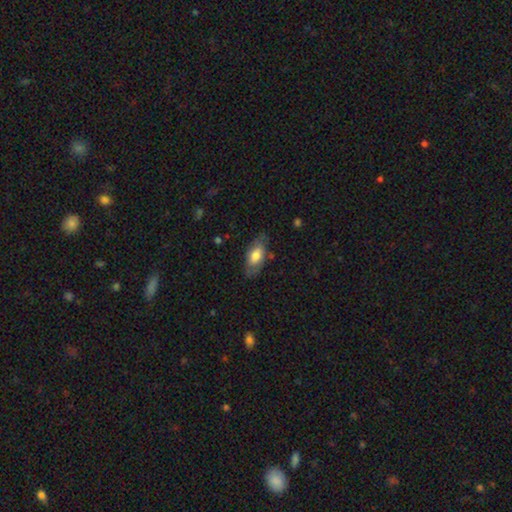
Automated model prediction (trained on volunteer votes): Smooth or featured: smooth — 65% (featured or disk — 29%)
How rounded: in between — 87% (cigar-shaped — 9%)
Merging: none — 74% (minor disturbance — 19%)